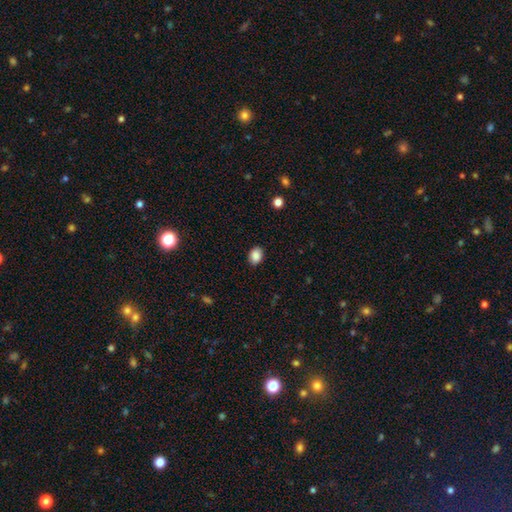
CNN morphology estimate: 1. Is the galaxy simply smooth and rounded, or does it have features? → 88% smooth, 8% star or artifact, 4% featured or disk.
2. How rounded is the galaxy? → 68% in between, 31% round, 1% cigar-shaped.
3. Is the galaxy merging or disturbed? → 89% none, 8% minor disturbance, 2% major disturbance, 1% merger.